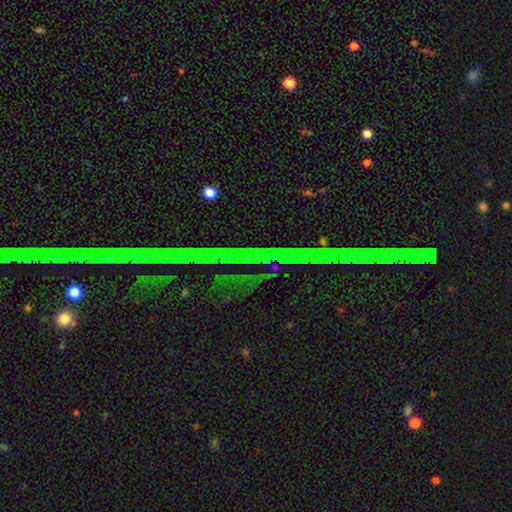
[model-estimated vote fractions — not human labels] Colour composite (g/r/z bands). It shows a star or artifact, not a galaxy (87%).